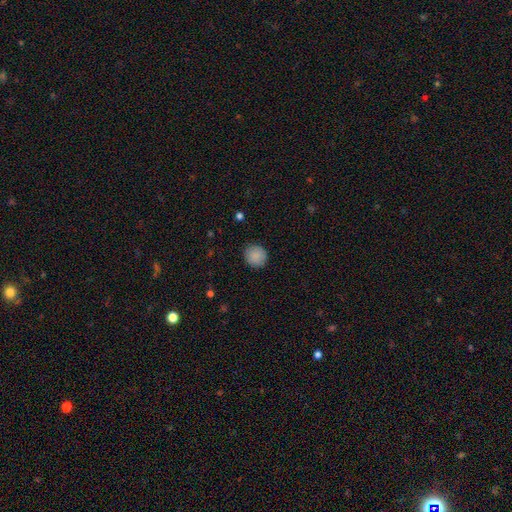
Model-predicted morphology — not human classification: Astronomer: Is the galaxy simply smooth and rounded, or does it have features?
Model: smooth — 89%.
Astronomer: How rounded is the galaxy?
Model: round — 89%.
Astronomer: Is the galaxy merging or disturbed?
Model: none — 89%.